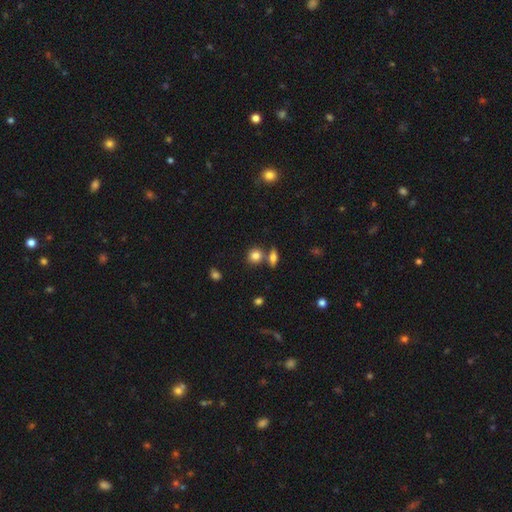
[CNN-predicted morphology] Smooth or featured?
  - smooth: 81% *
  - star or artifact: 10%
  - featured or disk: 9%
How rounded?
  - round: 77% *
  - in between: 21%
  - cigar-shaped: 2%
Merging?
  - none: 65% *
  - merger: 21%
  - minor disturbance: 10%
  - major disturbance: 3%